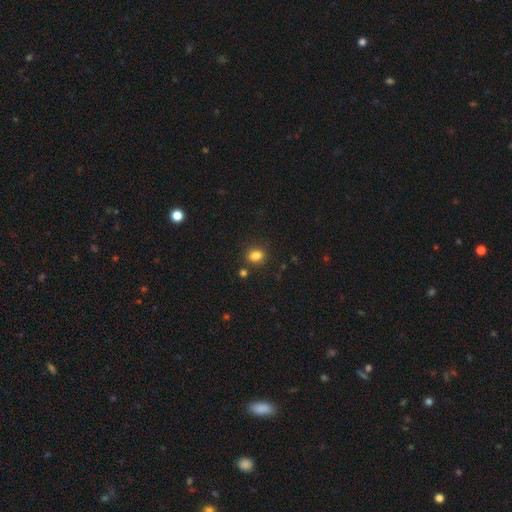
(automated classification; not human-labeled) This appears to be a smooth galaxy with no disk features (84%) that is in between round and cigar-shaped (66%). Merging: none (81%).